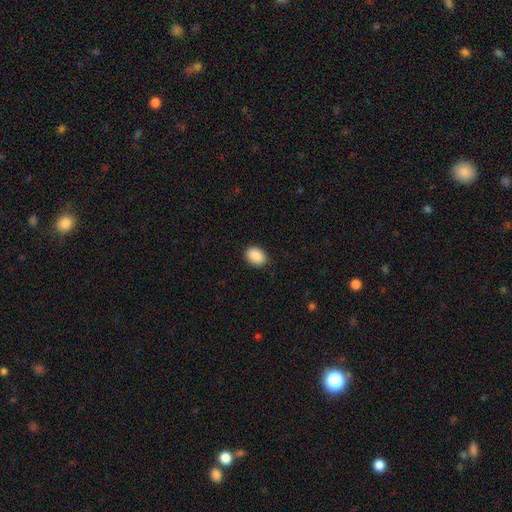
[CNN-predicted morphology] Smooth or featured: smooth — 90% (star or artifact — 7%)
How rounded: in between — 70% (round — 29%)
Merging: none — 89% (minor disturbance — 8%)